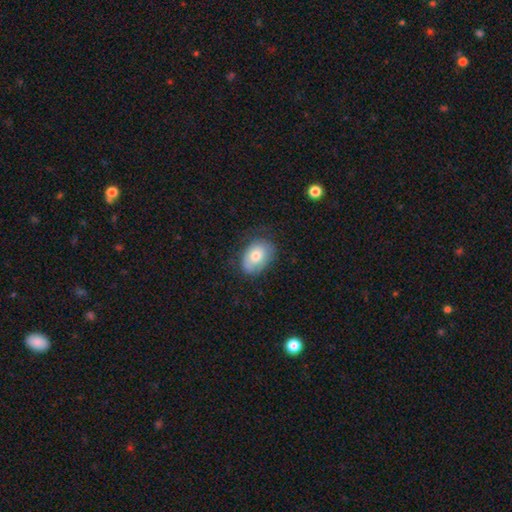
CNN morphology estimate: smooth 74%, featured or disk 19%, star or artifact 7%. Down the decision tree: how rounded — in between (83%); merging — none (68%).